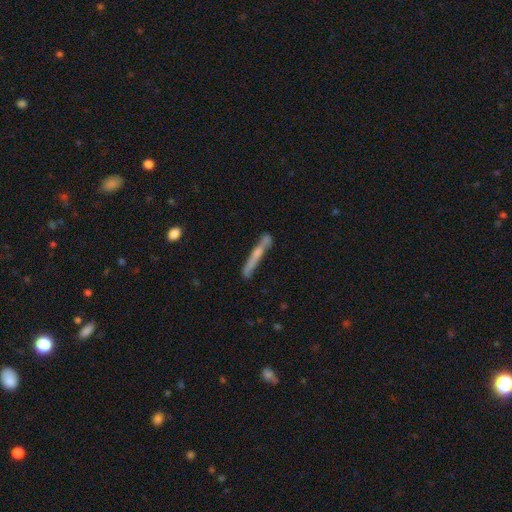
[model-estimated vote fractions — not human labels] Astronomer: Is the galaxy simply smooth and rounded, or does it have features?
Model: smooth — 47% (runner-up: featured or disk, 46%).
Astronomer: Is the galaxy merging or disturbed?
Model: none — 65%.